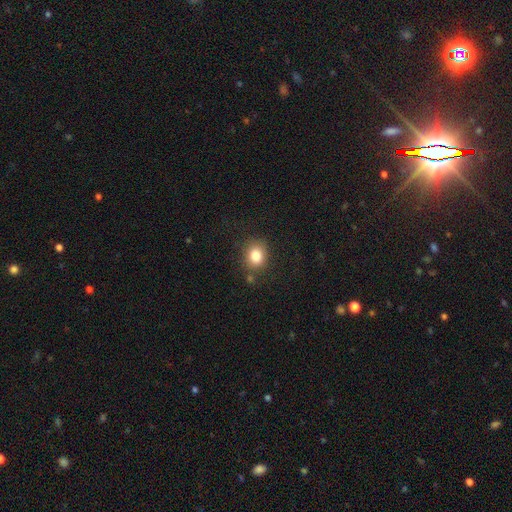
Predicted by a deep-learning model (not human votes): A smooth galaxy with no disk features (84%) that is round (60%). Merging: none (77%).